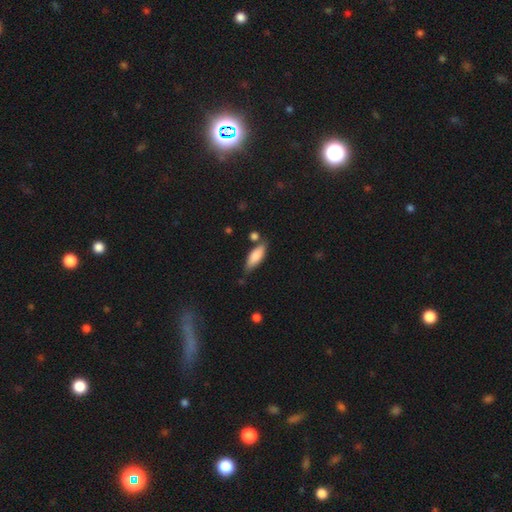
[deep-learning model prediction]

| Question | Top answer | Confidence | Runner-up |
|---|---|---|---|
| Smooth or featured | smooth | 81% | featured or disk (13%) |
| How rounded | in between | 66% | cigar-shaped (32%) |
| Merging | none | 69% | minor disturbance (19%) |